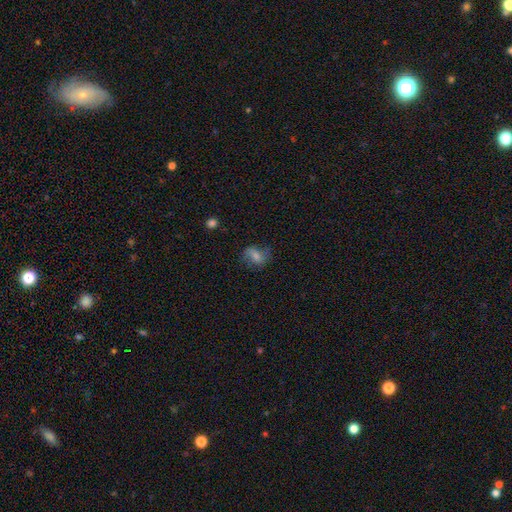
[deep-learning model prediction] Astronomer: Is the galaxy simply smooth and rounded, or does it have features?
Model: smooth — 53% (runner-up: featured or disk, 35%).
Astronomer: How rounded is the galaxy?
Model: in between — 65%.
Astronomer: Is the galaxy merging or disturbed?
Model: none — 65%.